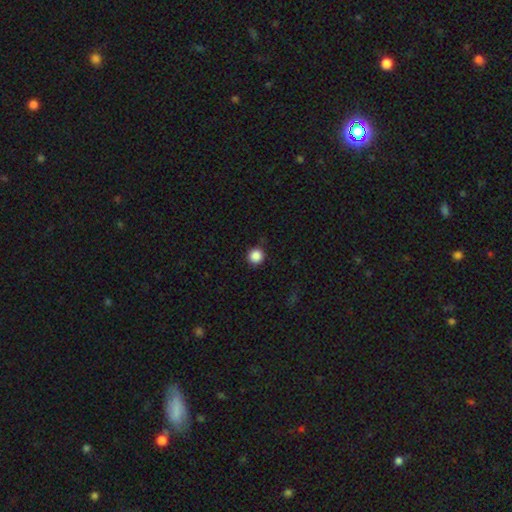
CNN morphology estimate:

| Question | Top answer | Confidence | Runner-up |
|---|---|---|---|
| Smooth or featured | smooth | 87% | star or artifact (10%) |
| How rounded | round | 95% | in between (4%) |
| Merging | none | 89% | minor disturbance (8%) |